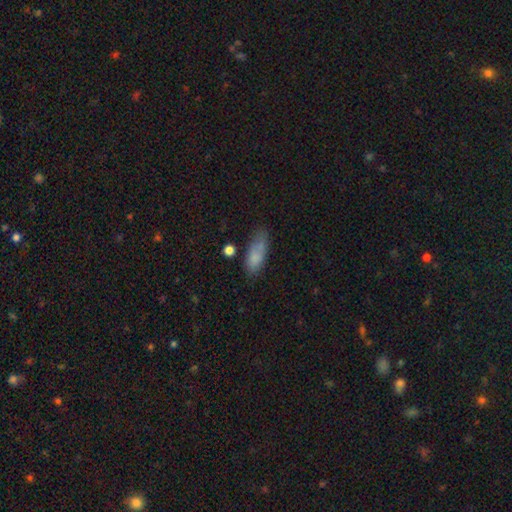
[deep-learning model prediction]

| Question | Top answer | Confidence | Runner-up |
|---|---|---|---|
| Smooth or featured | smooth | 80% | featured or disk (12%) |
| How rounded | in between | 73% | cigar-shaped (24%) |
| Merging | none | 58% | minor disturbance (27%) |